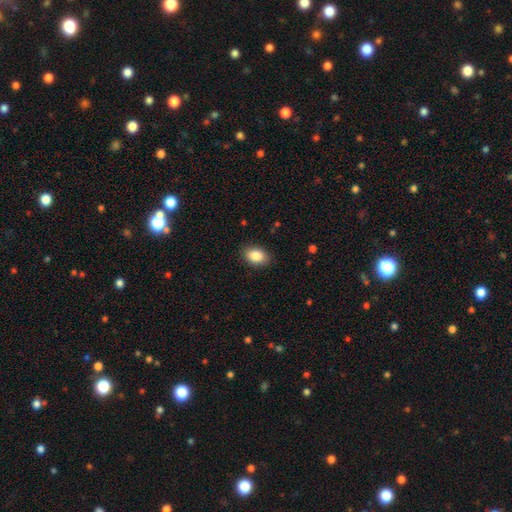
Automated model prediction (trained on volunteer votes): Q: Smooth or featured?
A: smooth (87%); runner-up: star or artifact (7%)
Q: How rounded?
A: in between (84%); runner-up: round (15%)
Q: Merging?
A: none (88%); runner-up: minor disturbance (9%)